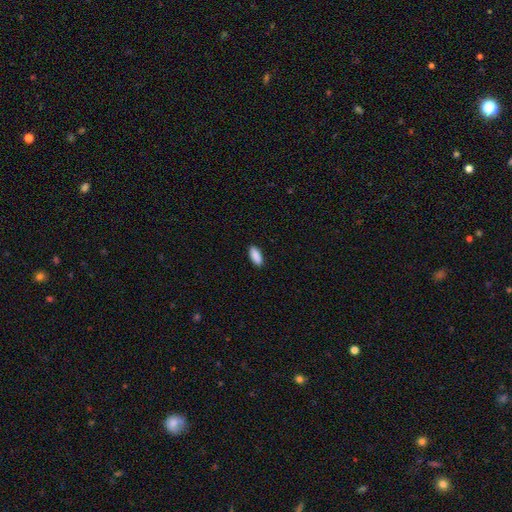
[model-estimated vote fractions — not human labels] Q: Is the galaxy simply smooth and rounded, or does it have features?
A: smooth — 91%.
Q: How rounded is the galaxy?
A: in between — 85%.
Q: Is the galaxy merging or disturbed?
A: none — 90%.